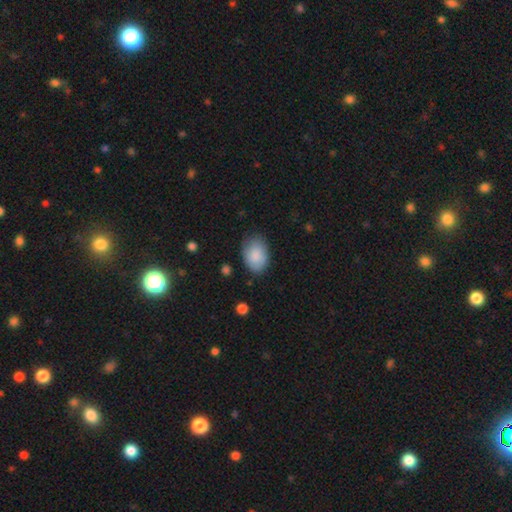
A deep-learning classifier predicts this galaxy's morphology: The model was most divided on "merging": none: 77%, minor disturbance: 17%, major disturbance: 4%, merger: 1%. More confident: smooth or featured — smooth (87%); how rounded — in between (86%).